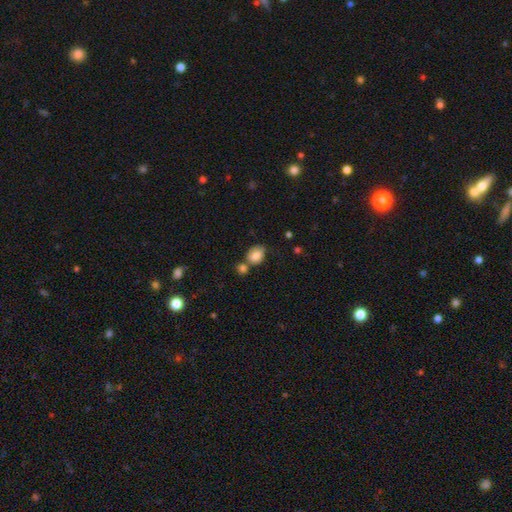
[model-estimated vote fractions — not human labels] A smooth galaxy with no disk features (78%) that is in between round and cigar-shaped (59%).

Vote fractions:
- Smooth or featured? smooth: 78% / featured or disk: 14% / star or artifact: 9%
- How rounded? in between: 59% / round: 40% / cigar-shaped: 1%
- Merging? none: 46% / merger: 27% / minor disturbance: 20% / major disturbance: 7%